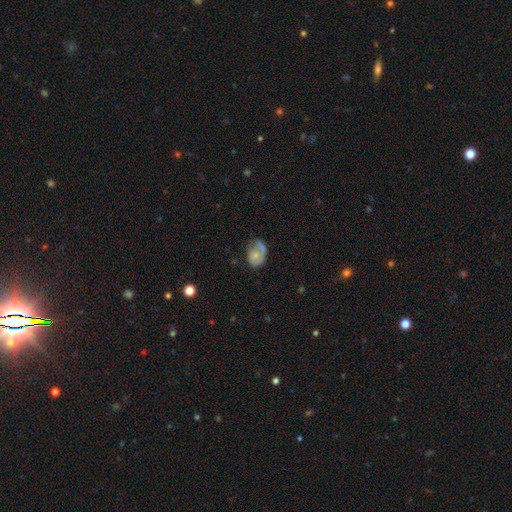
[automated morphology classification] featured or disk 47%, smooth 45%, star or artifact 8%. Down the decision tree: merging — none (41%).